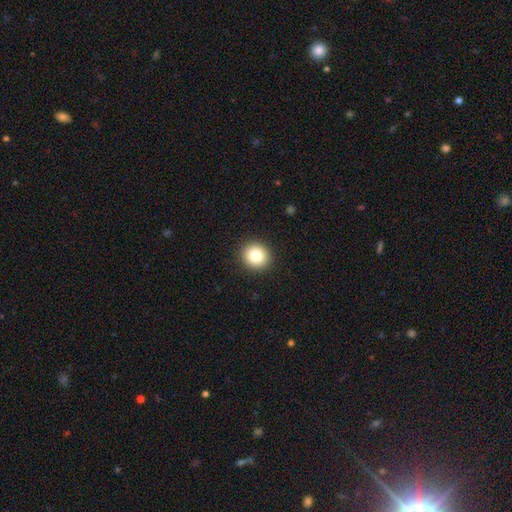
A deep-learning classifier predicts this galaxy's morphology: A smooth galaxy with no disk features (84%) that is round (87%). Merging: none (92%).